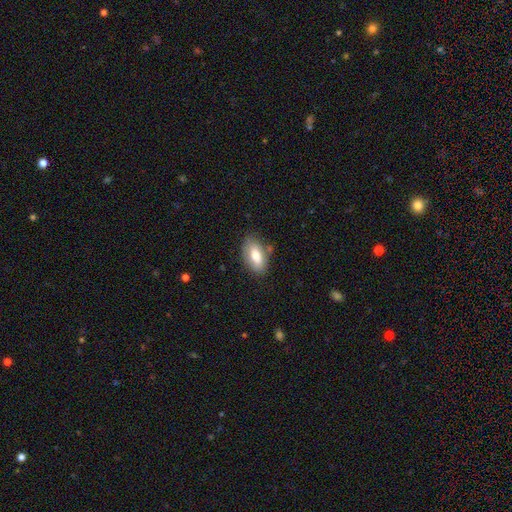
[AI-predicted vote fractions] Morphology: type=smooth (72%); roundness=in between (91%); merging=none (76%).